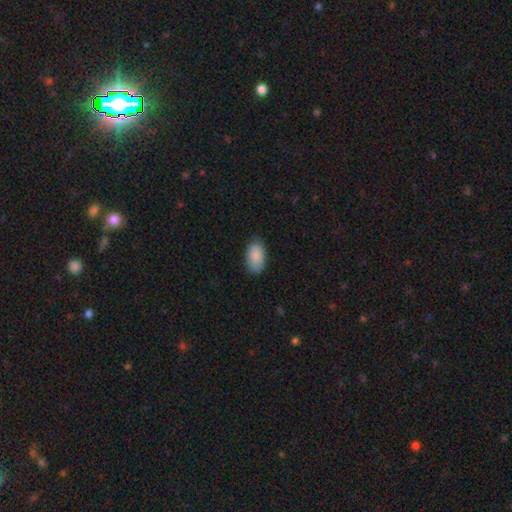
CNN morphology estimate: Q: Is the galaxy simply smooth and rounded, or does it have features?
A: smooth — 88%.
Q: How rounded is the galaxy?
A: in between — 94%.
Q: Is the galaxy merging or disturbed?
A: none — 80%.